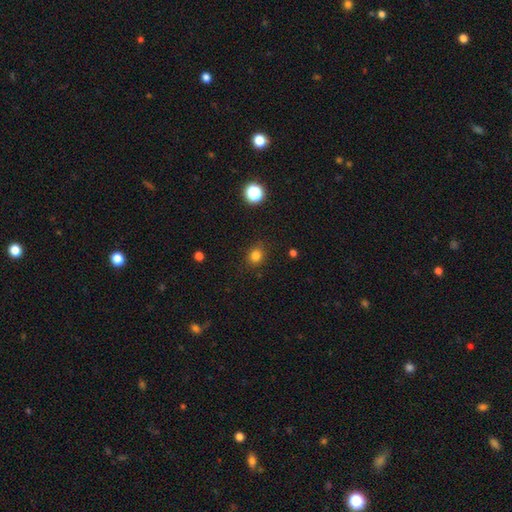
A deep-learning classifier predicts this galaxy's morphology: This appears to be a smooth galaxy with no disk features (81%) that is round (73%). Merging: none (84%).